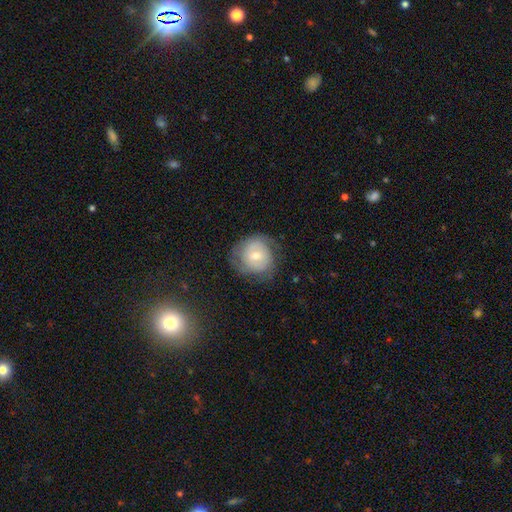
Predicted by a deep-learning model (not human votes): This is possibly a featured or disk galaxy (50%). Merging: likely none (66%).